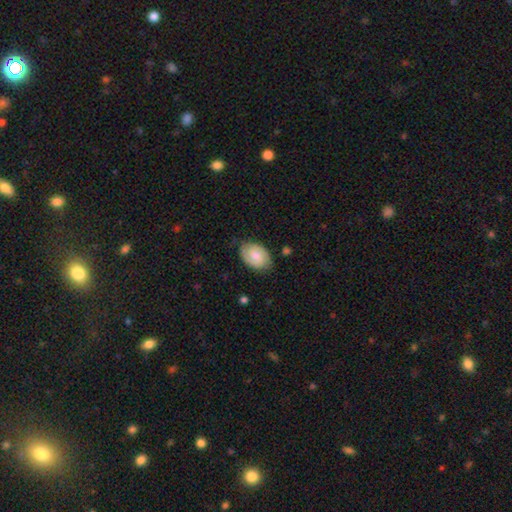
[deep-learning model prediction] smooth 57%, featured or disk 37%, star or artifact 6%. Down the decision tree: how rounded — in between (84%); merging — none (74%).